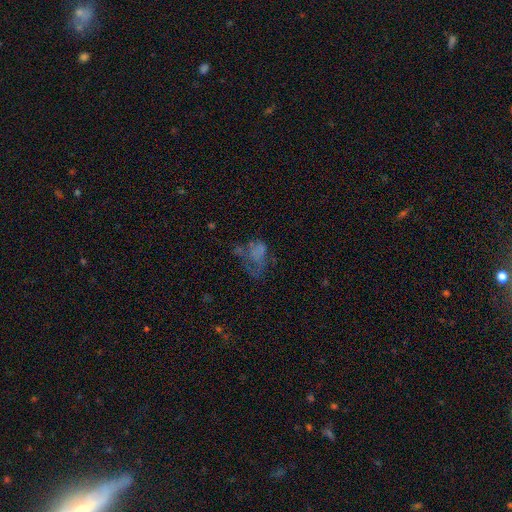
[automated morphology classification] Smooth or featured: smooth — 39% (tied with featured or disk — 39%)
Merging: major disturbance — 42% (none — 30%)